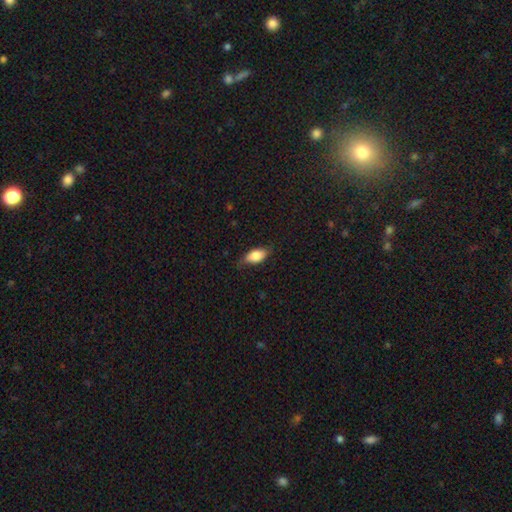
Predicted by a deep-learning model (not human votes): This is likely a smooth galaxy (80%). How rounded: clearly in between (89%). Merging: likely none (70%).